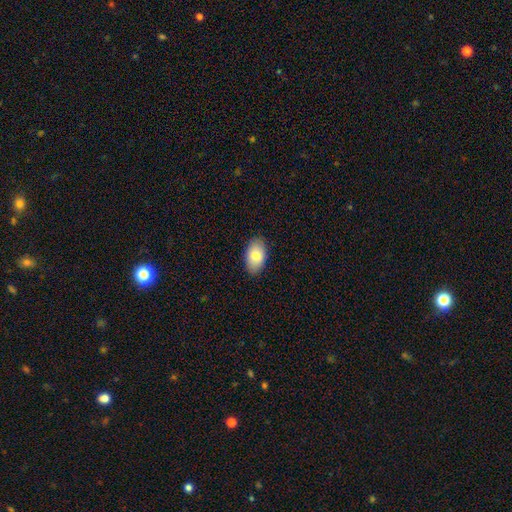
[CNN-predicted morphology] Smooth or featured?
  - smooth: 81% *
  - featured or disk: 12%
  - star or artifact: 6%
How rounded?
  - in between: 93% *
  - round: 5%
  - cigar-shaped: 1%
Merging?
  - none: 87% *
  - minor disturbance: 10%
  - major disturbance: 2%
  - merger: 1%